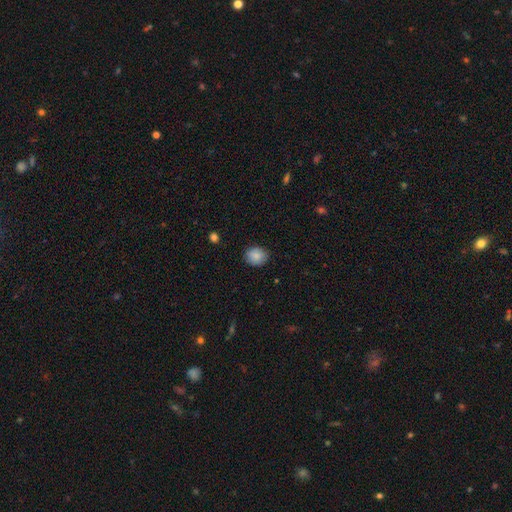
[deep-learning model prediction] Overall: smooth (86%). How rounded: round (67%; in between 32%). Merging: none (86%).